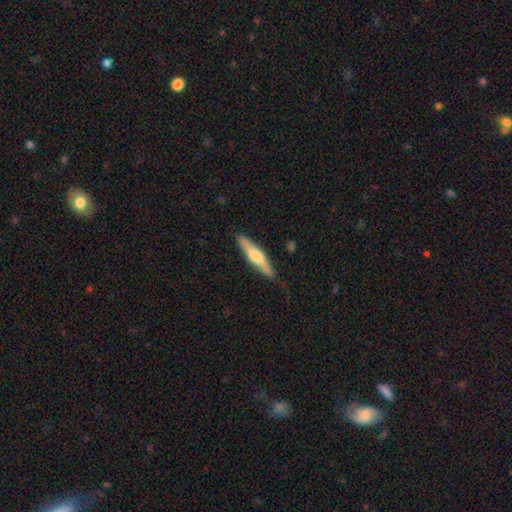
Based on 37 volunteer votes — Q: Smooth or featured?
A: featured or disk (62%); runner-up: smooth (35%)
Q: Edge-on disk?
A: yes (91%); runner-up: no (9%)
Q: Edge-on bulge?
A: rounded (95%); runner-up: boxy (5%)
Q: Merging?
A: none (89%); runner-up: minor disturbance (6%)